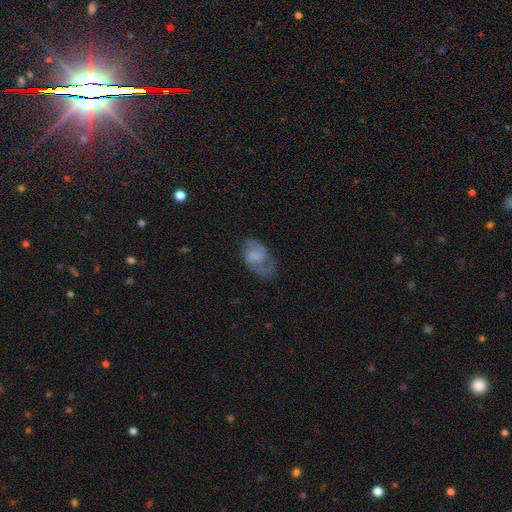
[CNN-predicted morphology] smooth_or_featured: featured or disk (p=0.51) [alt: smooth p=0.40]
disk_edge_on: no (p=0.96) [alt: yes p=0.04]
merging: none (p=0.56) [alt: minor disturbance p=0.24]